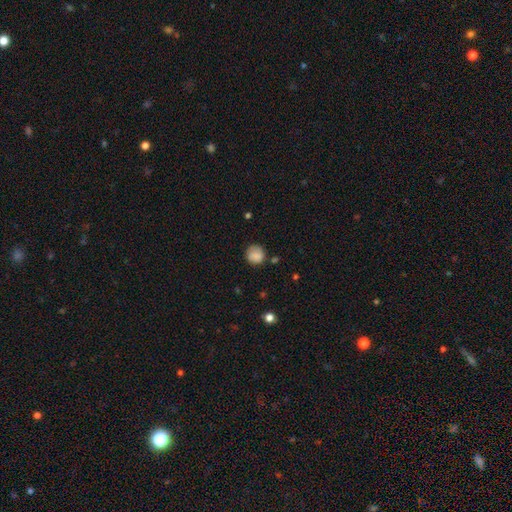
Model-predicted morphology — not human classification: This appears to be a smooth galaxy with no disk features (84%) that is round (87%). Merging: none (74%).